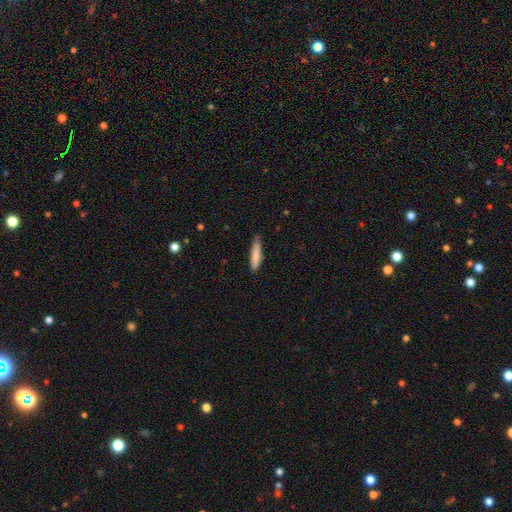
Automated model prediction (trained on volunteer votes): A smooth galaxy with no disk features (81%) that is cigar-shaped (86%).

Vote fractions:
- Smooth or featured? smooth: 81% / featured or disk: 13% / star or artifact: 6%
- How rounded? cigar-shaped: 86% / in between: 12% / round: 1%
- Merging? none: 76% / minor disturbance: 20% / major disturbance: 3% / merger: 1%